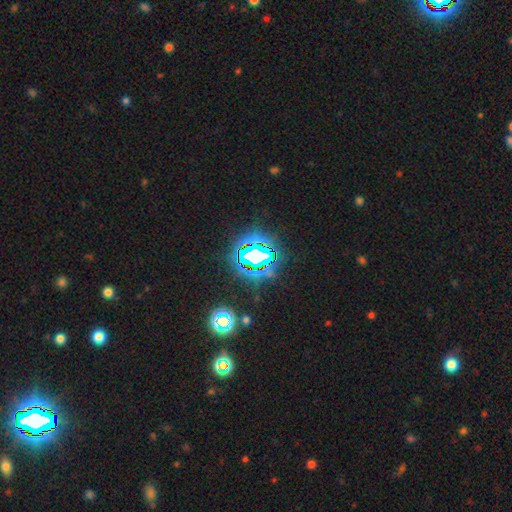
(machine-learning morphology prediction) A star or artifact, not a galaxy (74%).

Vote fractions:
- Smooth or featured? star or artifact: 74% / smooth: 14% / featured or disk: 12%